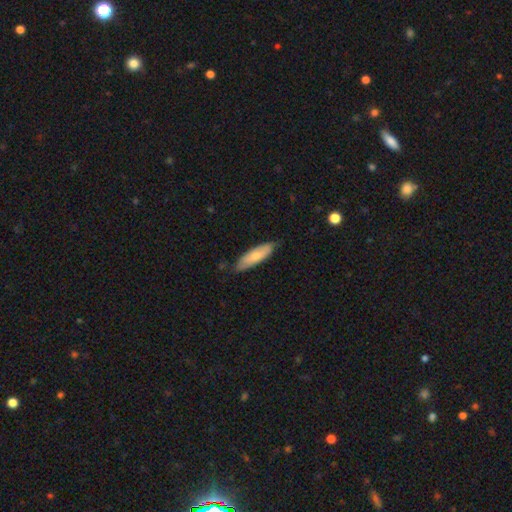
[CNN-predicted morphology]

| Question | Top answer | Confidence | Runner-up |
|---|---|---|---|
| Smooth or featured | smooth | 72% | featured or disk (23%) |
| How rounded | in between | 50% | cigar-shaped (49%) |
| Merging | none | 79% | minor disturbance (17%) |